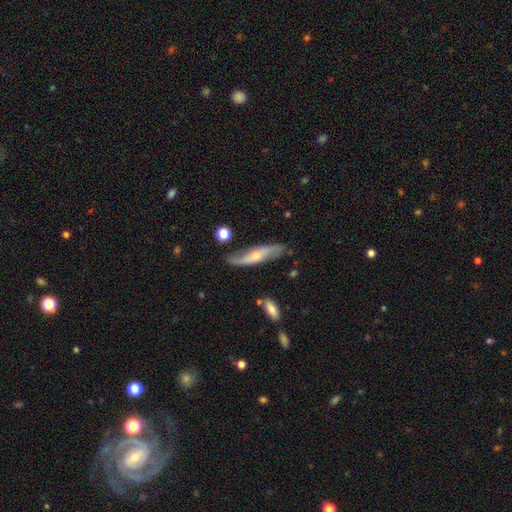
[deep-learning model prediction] This appears to be a featured or disk galaxy (63%). Merging: none (70%).